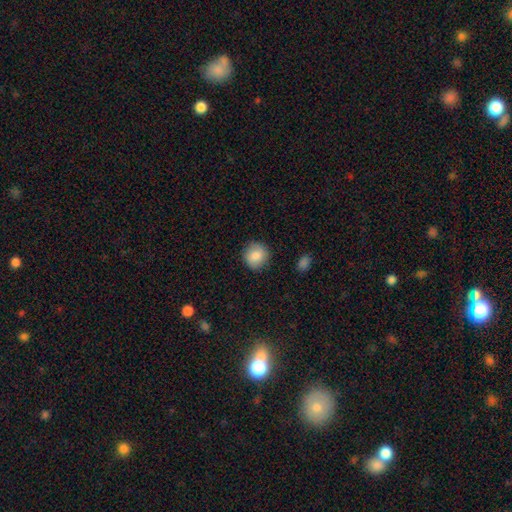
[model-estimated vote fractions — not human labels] smooth_or_featured: smooth (p=0.86) [alt: star or artifact p=0.08]
how_rounded: round (p=0.87) [alt: in between p=0.12]
merging: none (p=0.87) [alt: minor disturbance p=0.09]